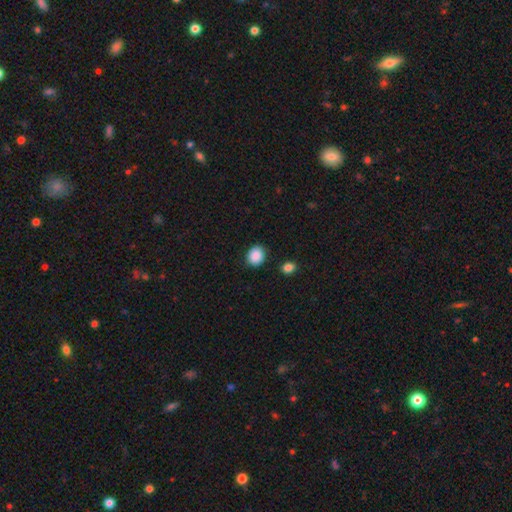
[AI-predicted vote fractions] A smooth galaxy with no disk features (89%) that is round (71%). Merging: none (86%).